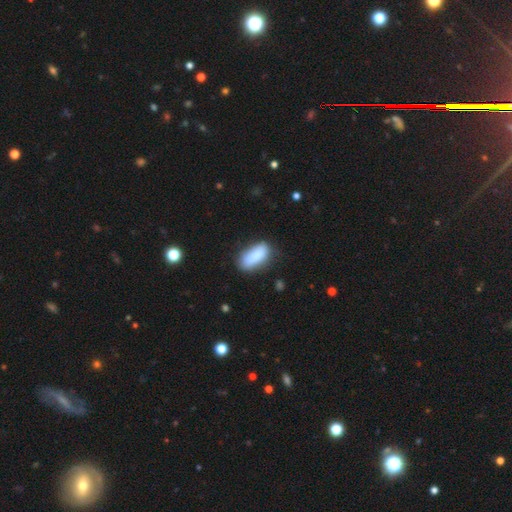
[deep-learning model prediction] Q: Smooth or featured?
A: smooth (84%); runner-up: featured or disk (8%)
Q: How rounded?
A: in between (84%); runner-up: cigar-shaped (13%)
Q: Merging?
A: none (66%); runner-up: minor disturbance (24%)